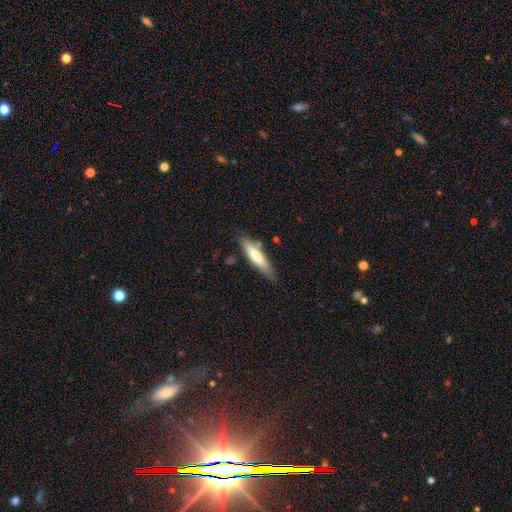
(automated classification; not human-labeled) smooth_or_featured: smooth (p=0.69) [alt: featured or disk p=0.26]
how_rounded: cigar-shaped (p=0.80) [alt: in between p=0.19]
merging: none (p=0.77) [alt: minor disturbance p=0.15]